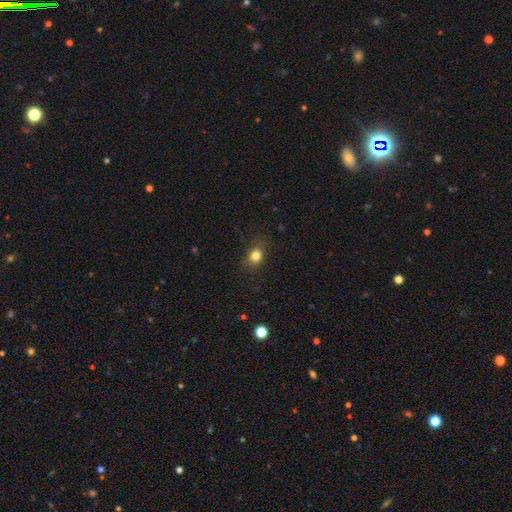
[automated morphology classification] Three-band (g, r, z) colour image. It shows a smooth galaxy with no disk features (82%) that is round (55%). Merging: none (81%).